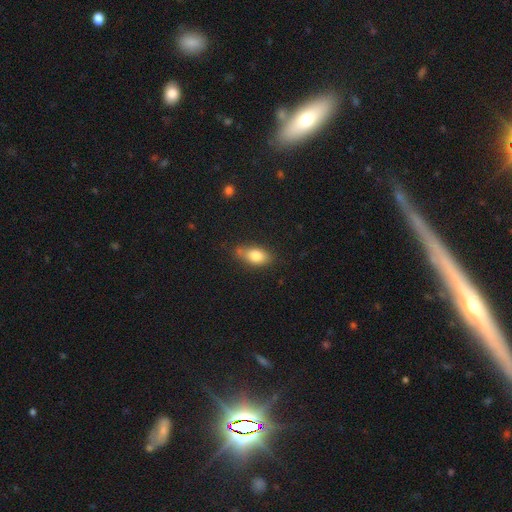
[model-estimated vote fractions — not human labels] smooth_or_featured: smooth (p=0.81) [alt: featured or disk p=0.11]
how_rounded: in between (p=0.87) [alt: round p=0.08]
merging: none (p=0.66) [alt: minor disturbance p=0.22]